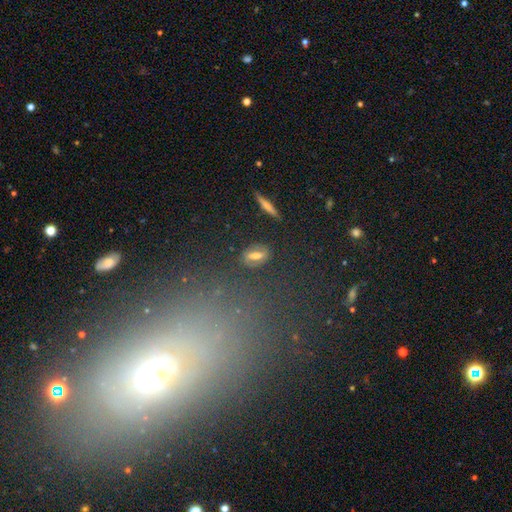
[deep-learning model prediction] This is possibly a smooth galaxy (49%). Merging: clearly none (82%).